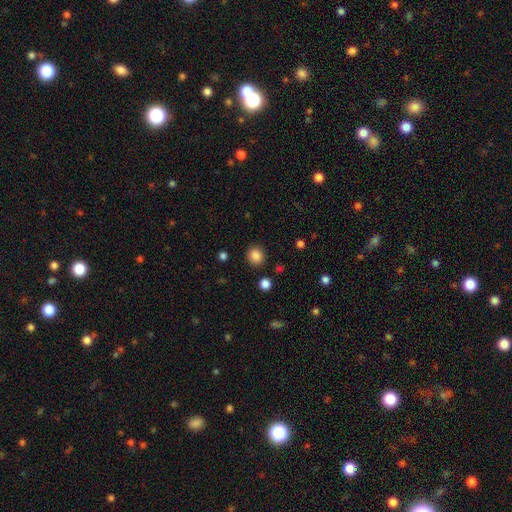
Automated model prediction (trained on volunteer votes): Smooth or featured: smooth — 86% (star or artifact — 10%)
How rounded: round — 85% (in between — 14%)
Merging: none — 89% (minor disturbance — 6%)